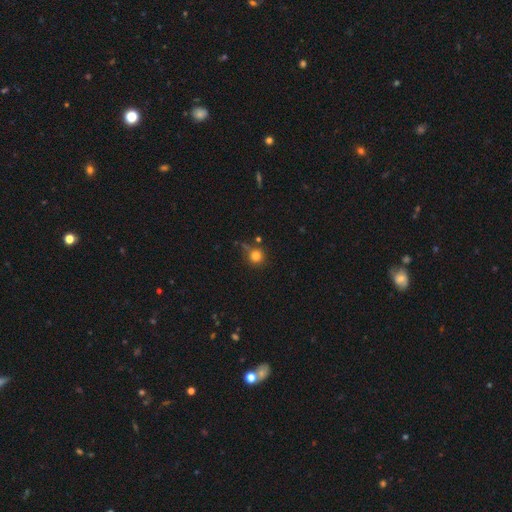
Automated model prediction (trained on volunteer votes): Overall: smooth (80%). How rounded: round (93%). Merging: none (71%).